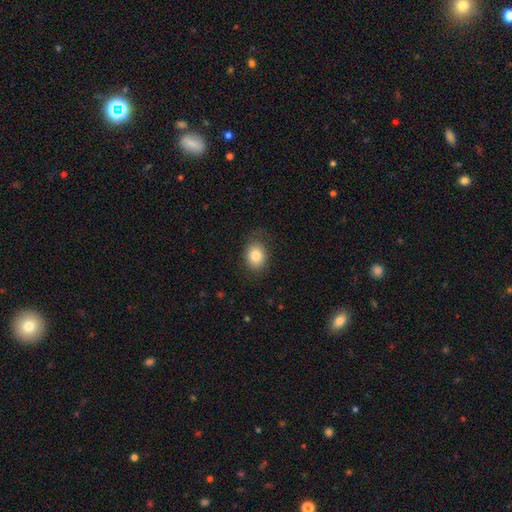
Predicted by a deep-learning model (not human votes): The model was most divided on "how rounded": in between: 54%, round: 45%, cigar-shaped: 1%. More confident: smooth or featured — smooth (82%); merging — none (74%).